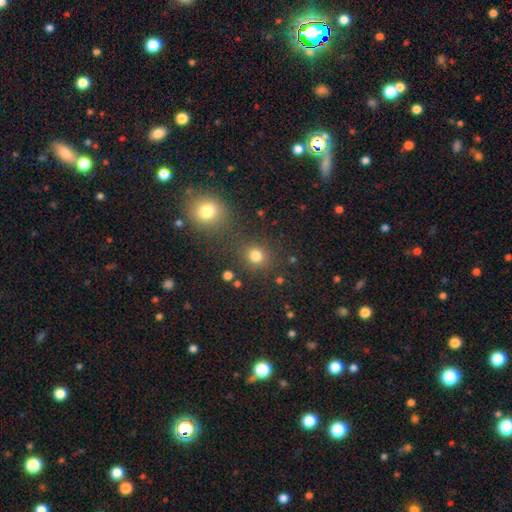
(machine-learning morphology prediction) A smooth galaxy with no disk features (76%) that is round (75%).

Vote fractions:
- Smooth or featured? smooth: 76% / star or artifact: 18% / featured or disk: 6%
- How rounded? round: 75% / in between: 24% / cigar-shaped: 1%
- Merging? none: 75% / merger: 11% / minor disturbance: 10% / major disturbance: 4%